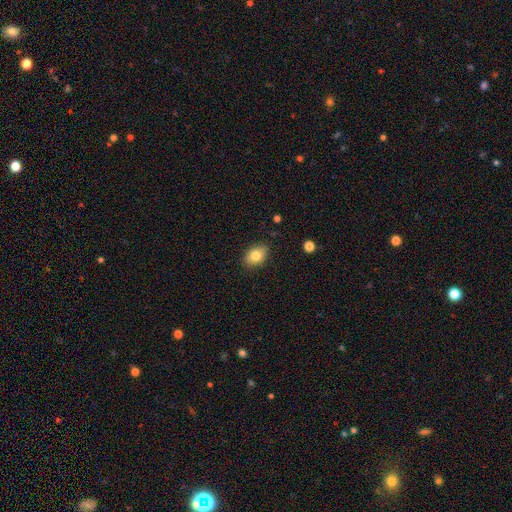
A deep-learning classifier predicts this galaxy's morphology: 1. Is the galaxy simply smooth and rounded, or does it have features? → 81% smooth, 10% featured or disk, 8% star or artifact.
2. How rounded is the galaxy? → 80% in between, 19% round, 1% cigar-shaped.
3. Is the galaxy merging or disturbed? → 86% none, 10% minor disturbance, 2% major disturbance, 1% merger.